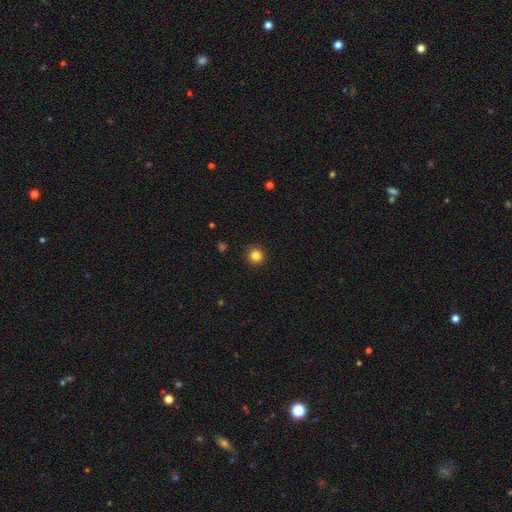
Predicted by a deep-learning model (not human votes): Q: Smooth or featured?
A: smooth (83%); runner-up: star or artifact (12%)
Q: How rounded?
A: round (95%); runner-up: in between (4%)
Q: Merging?
A: none (93%); runner-up: minor disturbance (5%)